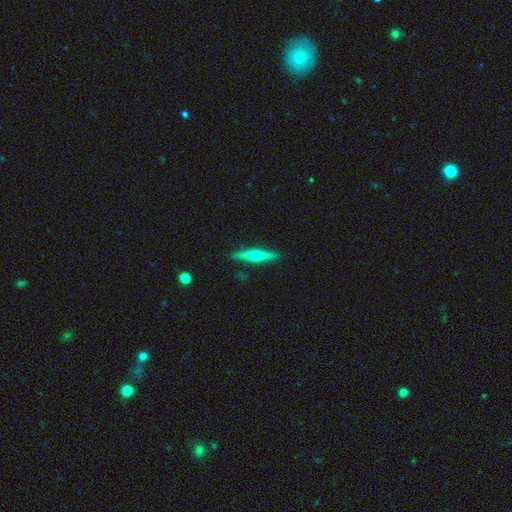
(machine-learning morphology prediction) Overall: featured or disk (61%; smooth 33%). Edge-on disk: yes (96%). Edge-on bulge: rounded (92%). Merging: none (89%).